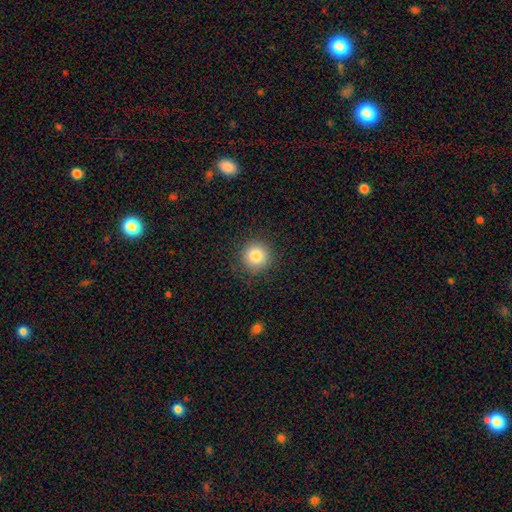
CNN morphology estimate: This is clearly a smooth galaxy (83%). How rounded: clearly round (94%). Merging: clearly none (89%).